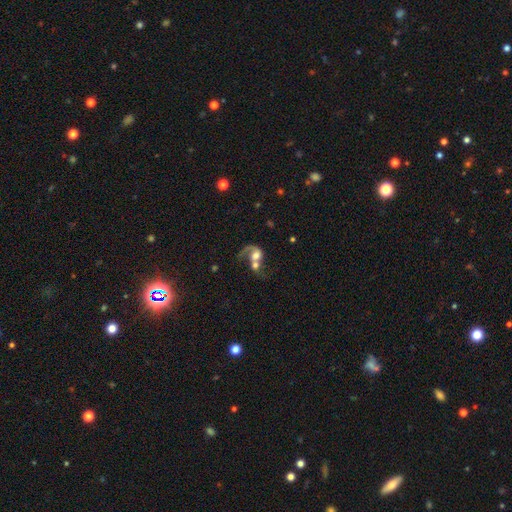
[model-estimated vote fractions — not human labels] A featured or disk galaxy (57%) with no bar (74%), spiral arms (79%) and a moderate central bulge (41%). Merging: merger (69%).